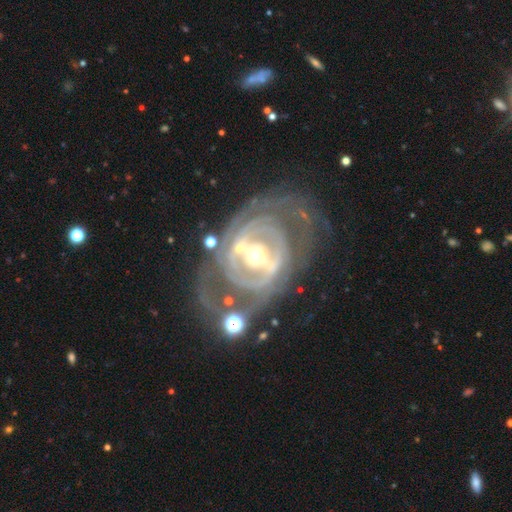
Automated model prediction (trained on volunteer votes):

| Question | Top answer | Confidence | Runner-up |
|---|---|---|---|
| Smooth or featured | featured or disk | 89% | smooth (6%) |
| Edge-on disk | no | 96% | yes (4%) |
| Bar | strong | 47% | weak (32%) |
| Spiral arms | yes | 88% | no (12%) |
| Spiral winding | tight | 62% | medium (28%) |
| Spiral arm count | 2 | 38% | can't tell (28%) |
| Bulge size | moderate | 56% | small (37%) |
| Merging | none | 54% | major disturbance (20%) |